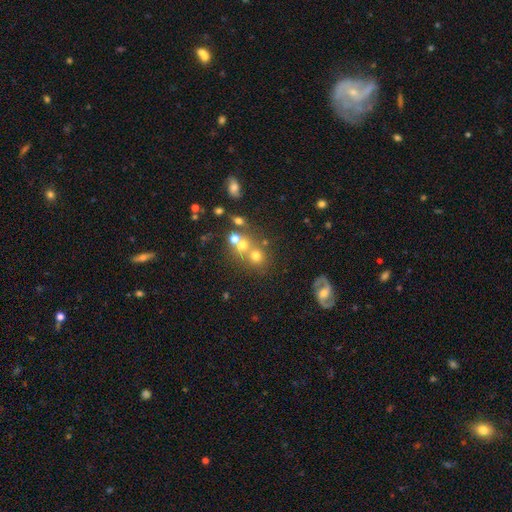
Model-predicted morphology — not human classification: Q: Smooth or featured?
A: smooth (62%); runner-up: star or artifact (20%)
Q: How rounded?
A: round (80%); runner-up: in between (19%)
Q: Merging?
A: none (47%); runner-up: merger (39%)